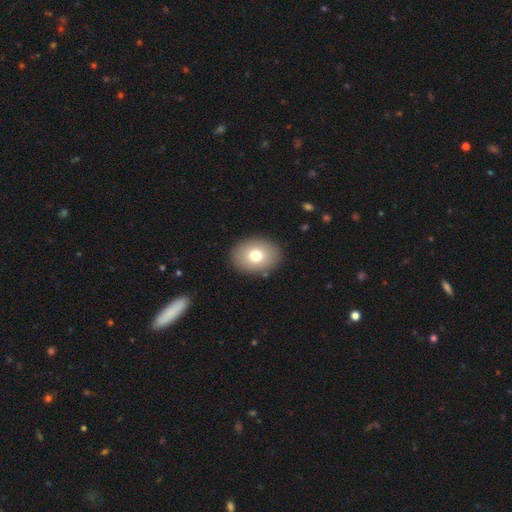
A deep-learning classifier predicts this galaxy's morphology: Overall: smooth (76%). How rounded: in between (62%; round 37%). Merging: none (89%).